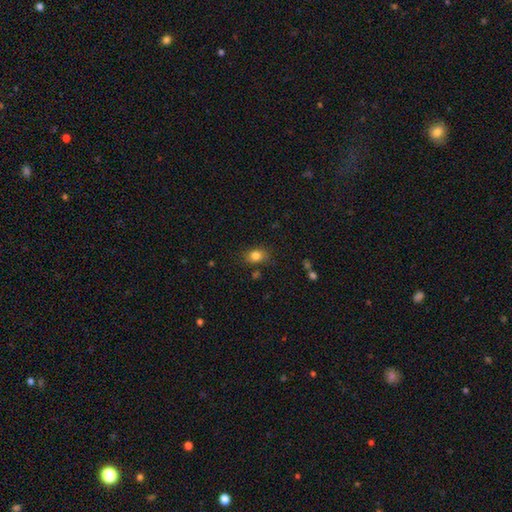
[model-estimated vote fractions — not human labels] Smooth or featured?
  - smooth: 82% *
  - star or artifact: 11%
  - featured or disk: 7%
How rounded?
  - in between: 61% *
  - round: 38%
  - cigar-shaped: 1%
Merging?
  - none: 77% *
  - minor disturbance: 16%
  - major disturbance: 4%
  - merger: 3%